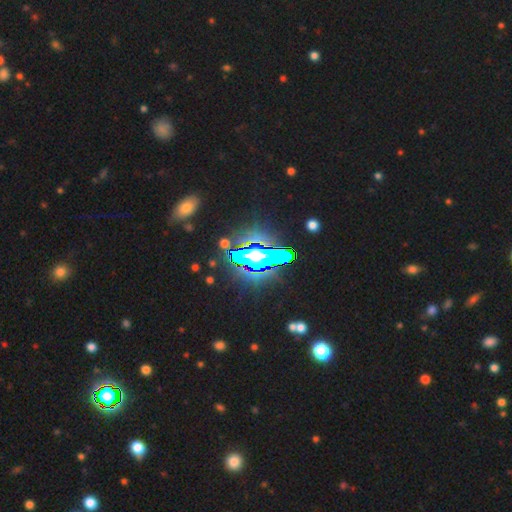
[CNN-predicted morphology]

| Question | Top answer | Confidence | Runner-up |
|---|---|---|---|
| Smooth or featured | star or artifact | 60% | smooth (21%) |